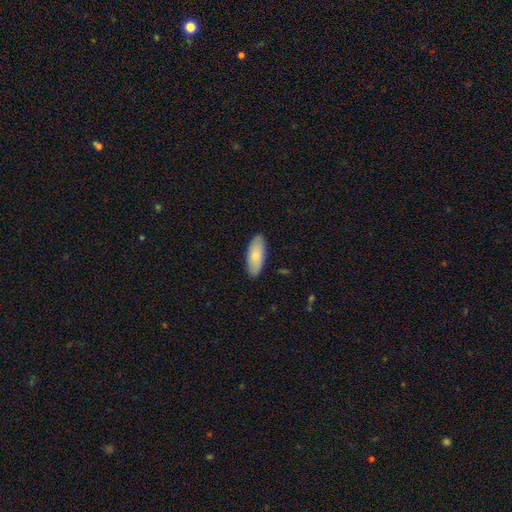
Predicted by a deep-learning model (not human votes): Smooth or featured? Predicted: smooth (p=0.81). How rounded? Predicted: in between (p=0.83). Merging? Predicted: none (p=0.88).